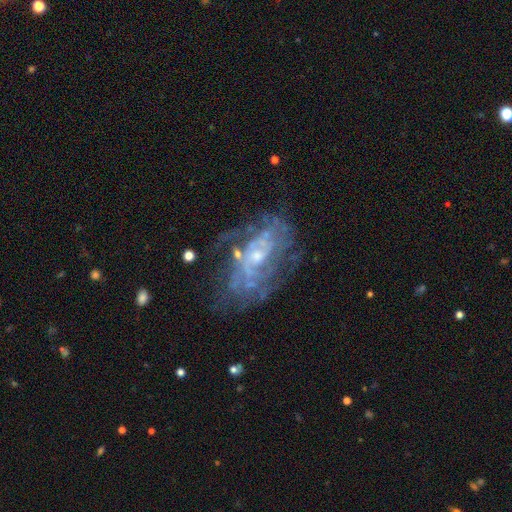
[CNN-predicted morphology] This appears to be a featured or disk galaxy (77%) with no bar (58%), tight (50%) spiral arms (75%) and a small central bulge (62%). Merging: none (64%).